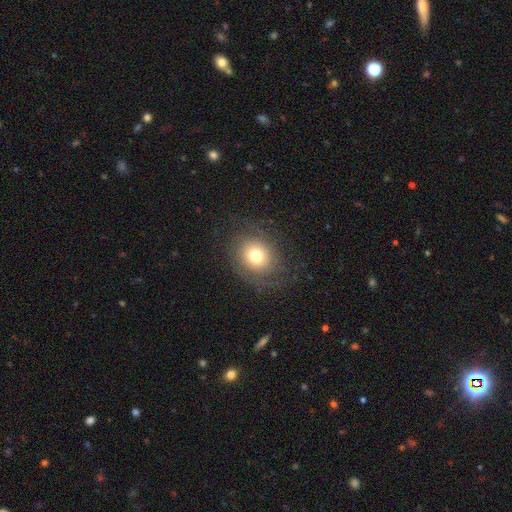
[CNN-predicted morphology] smooth 62%, featured or disk 25%, star or artifact 13%. Down the decision tree: how rounded — round (71%); merging — none (75%).